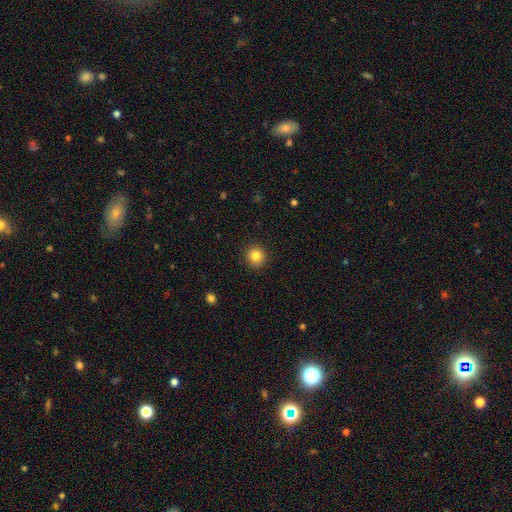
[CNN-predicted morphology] This appears to be a smooth galaxy with no disk features (84%) that is round (91%). Merging: none (91%).